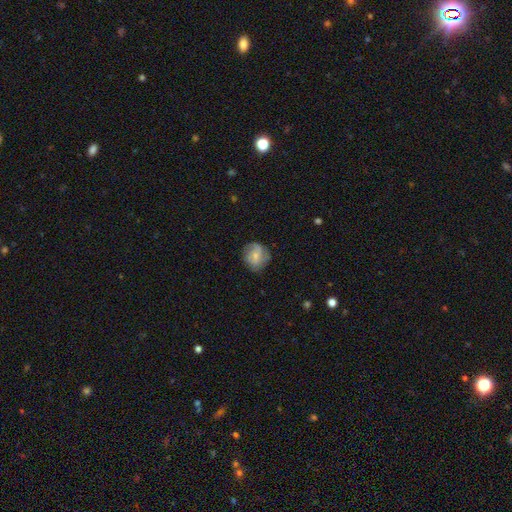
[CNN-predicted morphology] A smooth galaxy with no disk features (53%) that is round (76%). Merging: none (70%).